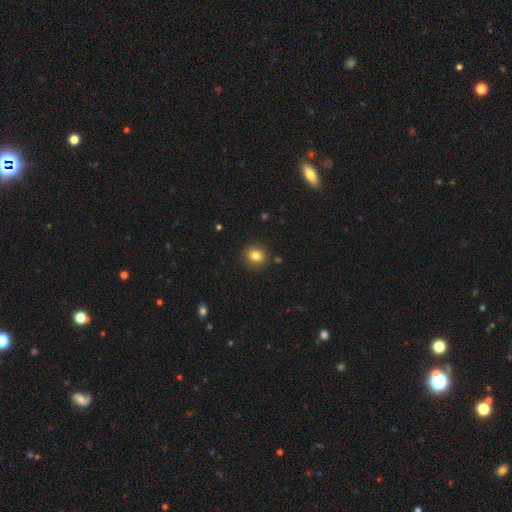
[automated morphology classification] smooth 81%, star or artifact 12%, featured or disk 7%. Down the decision tree: how rounded — round (80%); merging — none (89%).